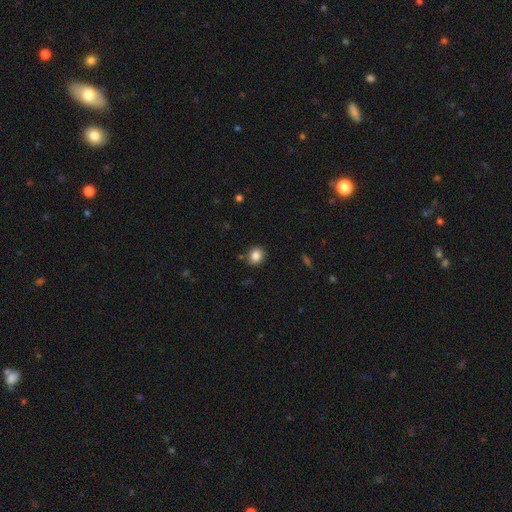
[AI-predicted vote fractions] Morphology: type=smooth (85%); roundness=round (79%); merging=none (85%).